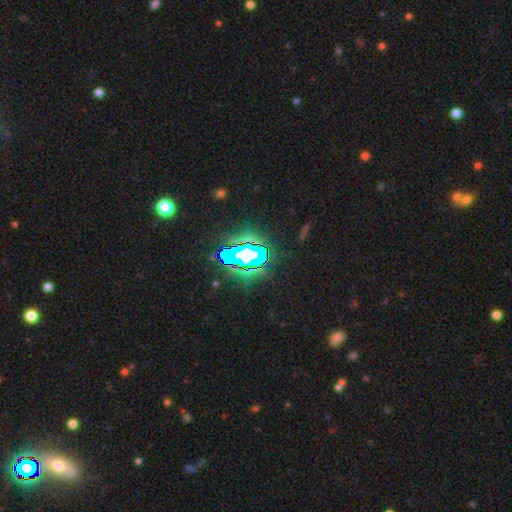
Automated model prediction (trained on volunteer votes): Smooth or featured: star or artifact — 80% (smooth — 12%)